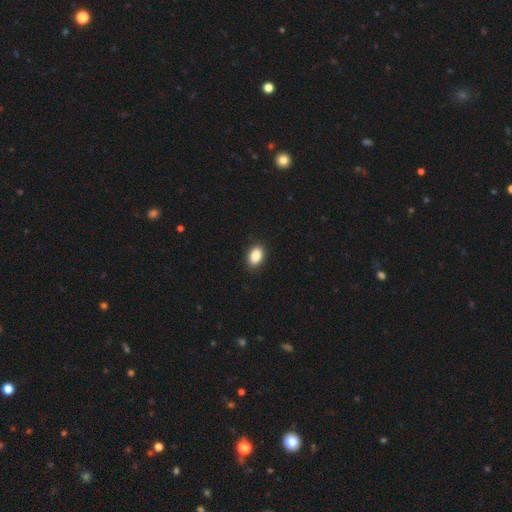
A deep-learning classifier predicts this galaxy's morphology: Q: Smooth or featured?
A: smooth (88%); runner-up: star or artifact (8%)
Q: How rounded?
A: in between (85%); runner-up: round (14%)
Q: Merging?
A: none (90%); runner-up: minor disturbance (7%)